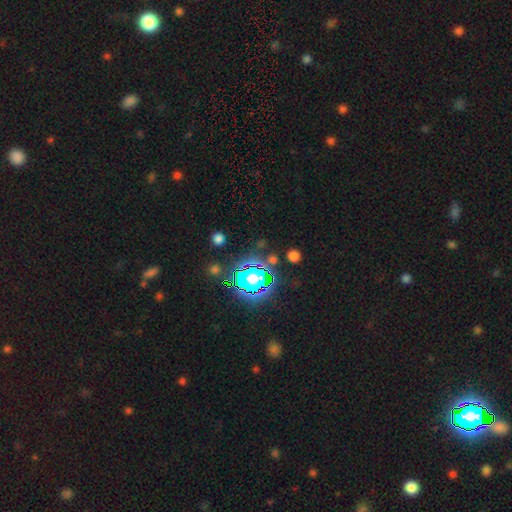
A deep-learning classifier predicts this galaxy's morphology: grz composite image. It shows a star or artifact, not a galaxy (76%).